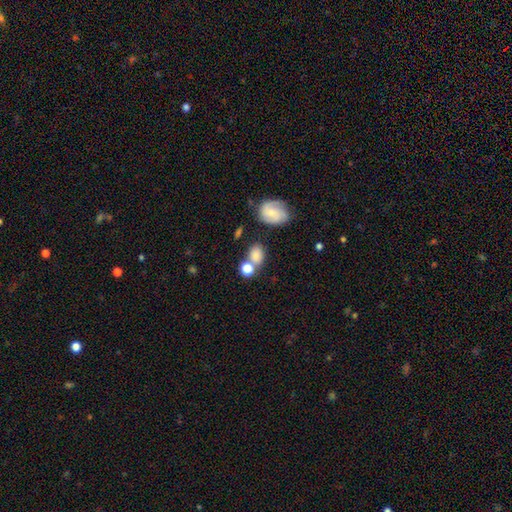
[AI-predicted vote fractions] This appears to be a smooth galaxy with no disk features (79%) that is in between round and cigar-shaped (59%). Merging: none (50%).